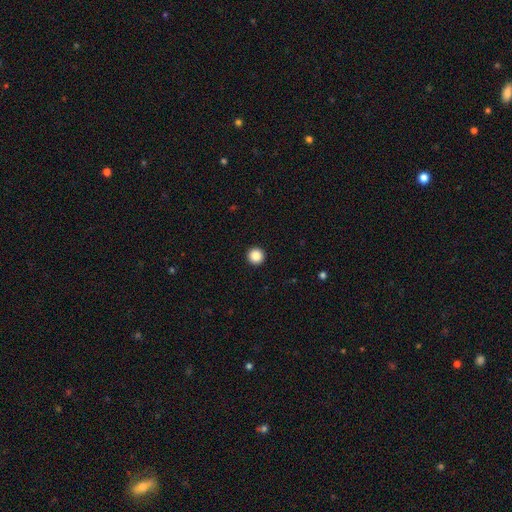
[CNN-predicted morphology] A smooth galaxy with no disk features (87%) that is round (97%). Merging: none (94%).